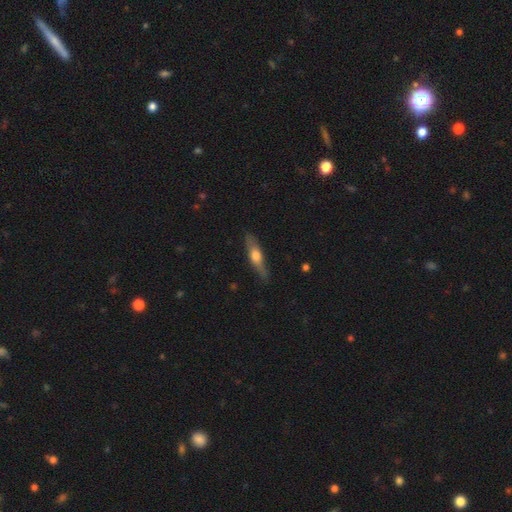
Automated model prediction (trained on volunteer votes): featured or disk 52%, smooth 42%, star or artifact 6%. Down the decision tree: edge-on disk — yes (89%); merging — none (82%).